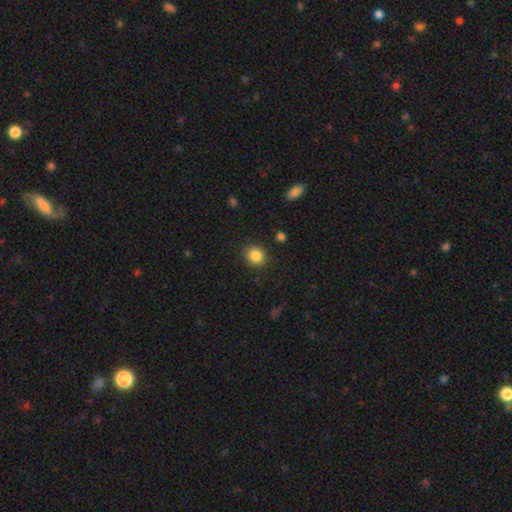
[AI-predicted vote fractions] Smooth or featured: smooth — 85% (star or artifact — 10%)
How rounded: round — 79% (in between — 20%)
Merging: none — 88% (minor disturbance — 8%)